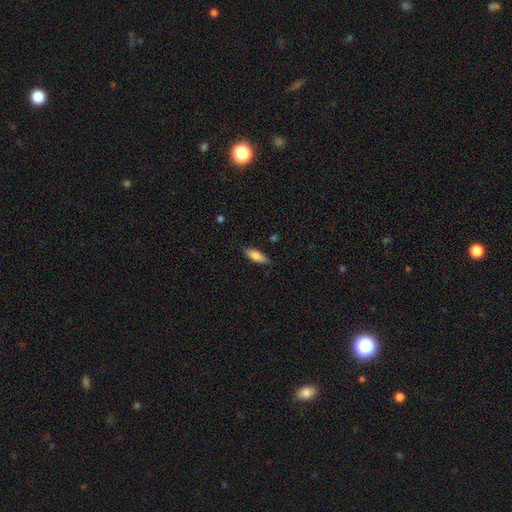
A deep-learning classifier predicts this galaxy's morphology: A smooth galaxy with no disk features (78%) that is in between round and cigar-shaped (54%).

Vote fractions:
- Smooth or featured? smooth: 78% / featured or disk: 15% / star or artifact: 6%
- How rounded? in between: 54% / cigar-shaped: 44% / round: 2%
- Merging? none: 83% / minor disturbance: 13% / major disturbance: 2% / merger: 1%